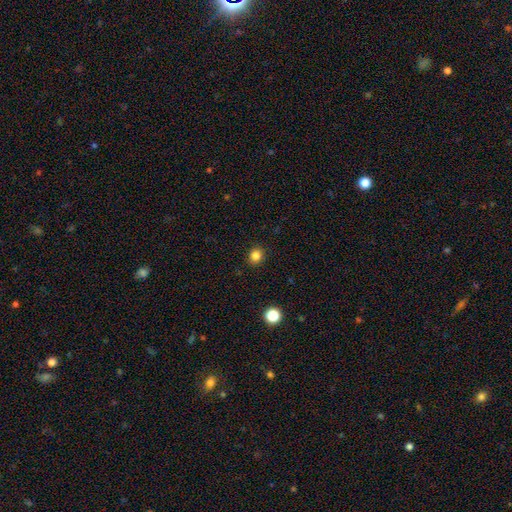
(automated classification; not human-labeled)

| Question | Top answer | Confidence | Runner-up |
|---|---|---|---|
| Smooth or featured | smooth | 83% | star or artifact (12%) |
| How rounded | round | 76% | in between (23%) |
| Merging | none | 90% | minor disturbance (7%) |